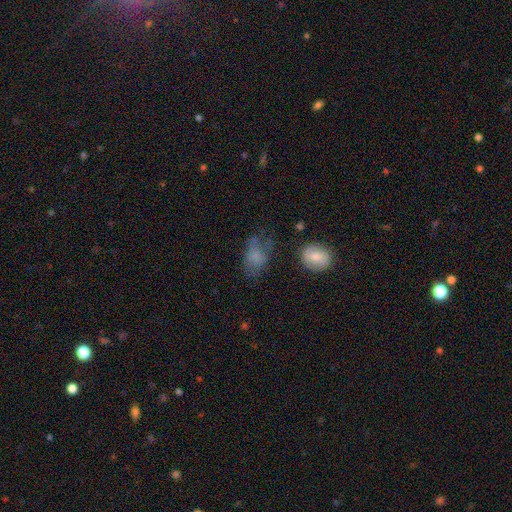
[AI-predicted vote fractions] Morphology: type=smooth (70%); roundness=in between (79%); merging=none (48%).